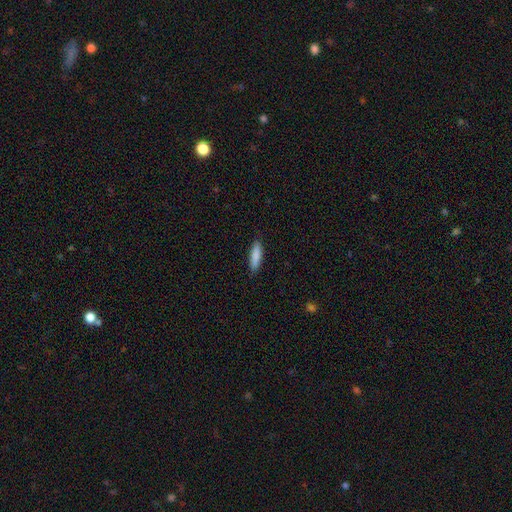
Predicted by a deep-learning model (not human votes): Overall: smooth (87%). How rounded: cigar-shaped (66%; in between 33%). Merging: none (88%).